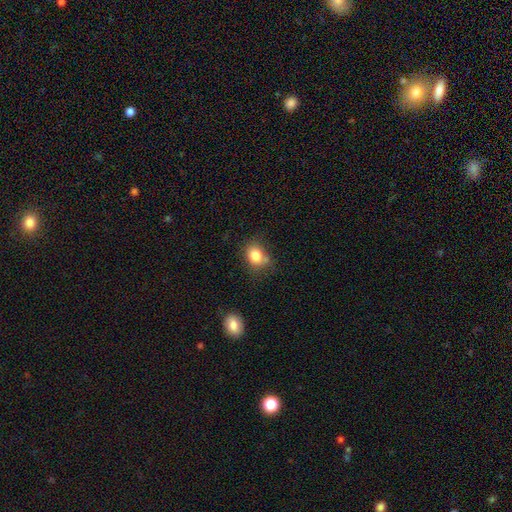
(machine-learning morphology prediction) This is clearly a smooth galaxy (82%). How rounded: possibly round (54%). Merging: possibly none (60%).